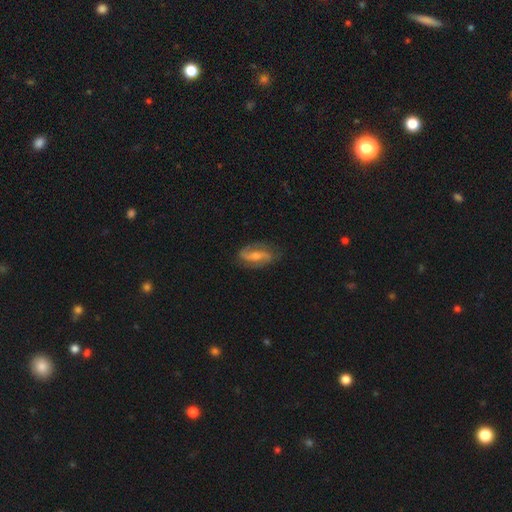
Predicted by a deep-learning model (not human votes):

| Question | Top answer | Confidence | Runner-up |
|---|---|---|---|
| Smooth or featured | featured or disk | 78% | smooth (16%) |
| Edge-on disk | no | 95% | yes (5%) |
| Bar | weak | 43% | no (29%) |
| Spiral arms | yes | 93% | no (7%) |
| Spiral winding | medium | 44% | loose (37%) |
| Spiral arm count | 2 | 89% | can't tell (5%) |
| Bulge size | moderate | 52% | small (33%) |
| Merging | none | 76% | minor disturbance (17%) |